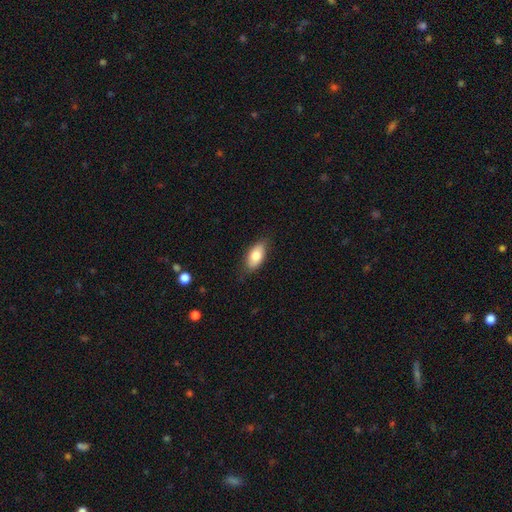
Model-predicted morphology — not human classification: Smooth or featured? Predicted: smooth (p=0.78). How rounded? Predicted: in between (p=0.90). Merging? Predicted: none (p=0.81).